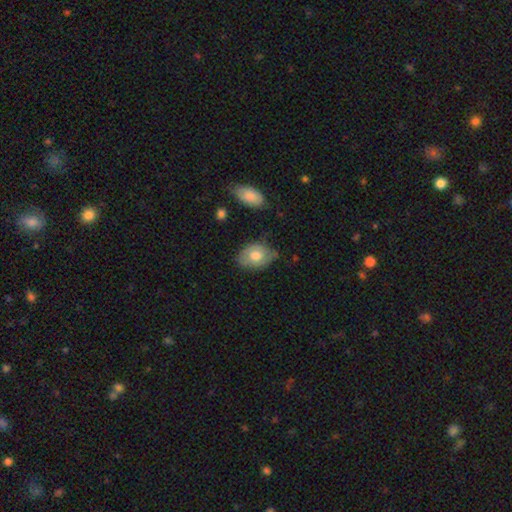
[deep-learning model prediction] smooth_or_featured: smooth (p=0.65) [alt: featured or disk p=0.29]
how_rounded: in between (p=0.77) [alt: round p=0.22]
merging: none (p=0.63) [alt: minor disturbance p=0.28]